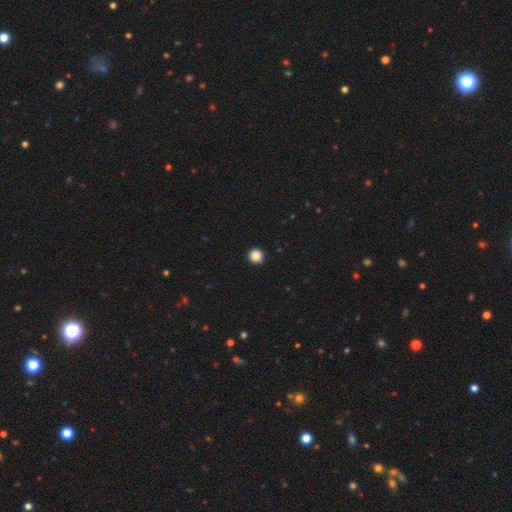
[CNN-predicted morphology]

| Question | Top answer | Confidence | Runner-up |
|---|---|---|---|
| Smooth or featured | smooth | 87% | star or artifact (10%) |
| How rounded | round | 95% | in between (4%) |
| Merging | none | 91% | minor disturbance (6%) |